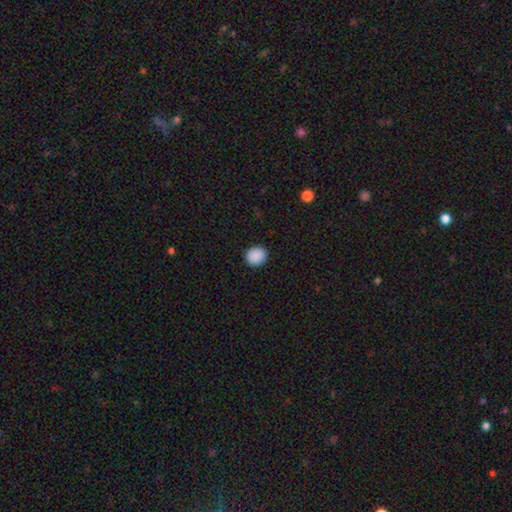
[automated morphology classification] Q: Smooth or featured?
A: smooth (90%); runner-up: star or artifact (8%)
Q: How rounded?
A: round (79%); runner-up: in between (20%)
Q: Merging?
A: none (92%); runner-up: minor disturbance (6%)